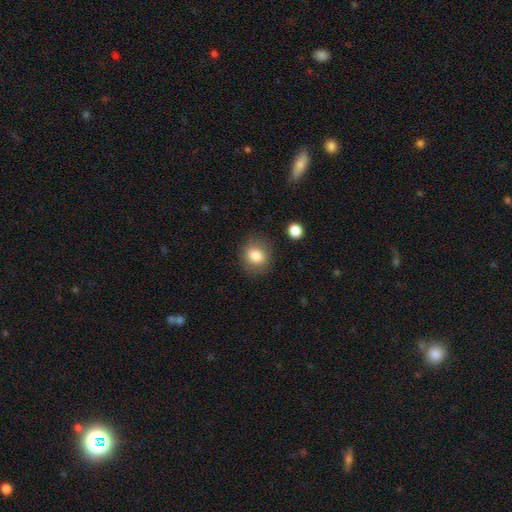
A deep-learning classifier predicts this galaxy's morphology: Q: Smooth or featured?
A: smooth (82%); runner-up: star or artifact (9%)
Q: How rounded?
A: round (71%); runner-up: in between (28%)
Q: Merging?
A: none (83%); runner-up: minor disturbance (12%)